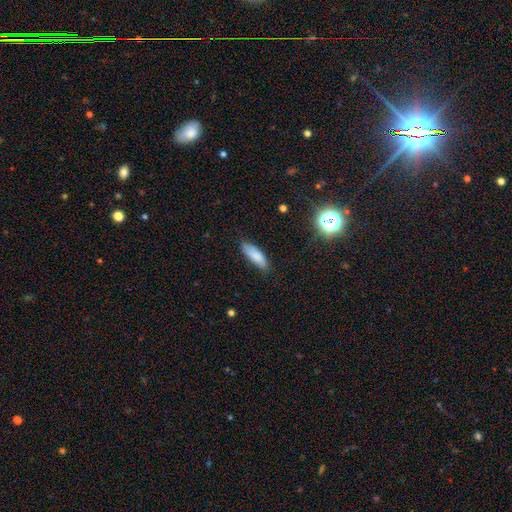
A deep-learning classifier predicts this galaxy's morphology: smooth_or_featured: smooth (p=0.85) [alt: featured or disk p=0.08]
how_rounded: in between (p=0.60) [alt: cigar-shaped p=0.38]
merging: none (p=0.82) [alt: minor disturbance p=0.15]